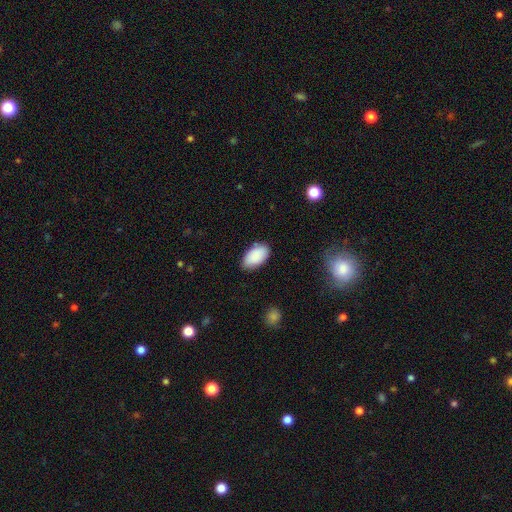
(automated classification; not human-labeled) Smooth or featured: smooth — 89% (star or artifact — 6%)
How rounded: in between — 95% (round — 3%)
Merging: none — 80% (minor disturbance — 15%)